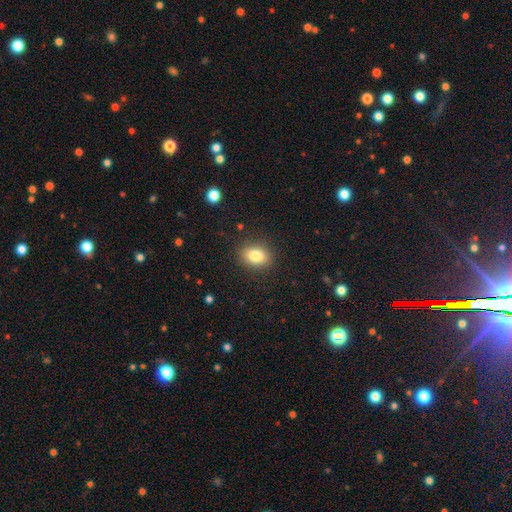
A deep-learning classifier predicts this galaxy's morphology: Q: Smooth or featured?
A: smooth (82%); runner-up: star or artifact (9%)
Q: How rounded?
A: in between (70%); runner-up: round (28%)
Q: Merging?
A: none (87%); runner-up: minor disturbance (9%)